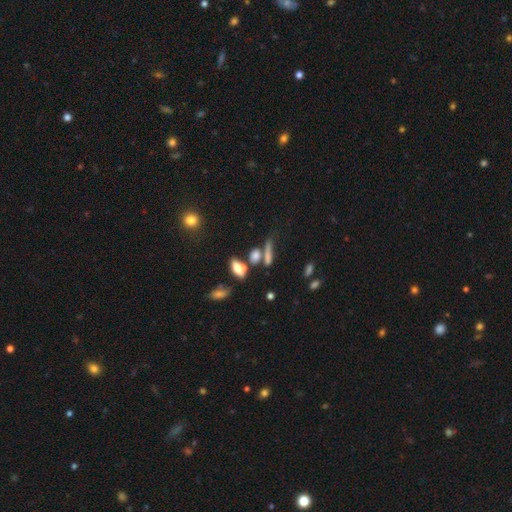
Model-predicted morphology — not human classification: Q: Smooth or featured?
A: smooth (65%); runner-up: featured or disk (20%)
Q: How rounded?
A: in between (48%); runner-up: cigar-shaped (38%)
Q: Merging?
A: none (43%); runner-up: merger (35%)